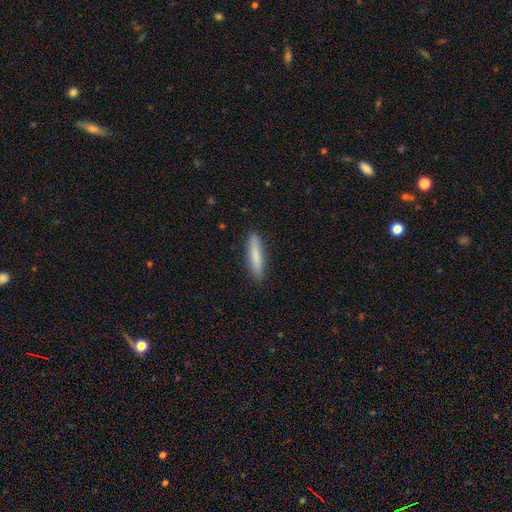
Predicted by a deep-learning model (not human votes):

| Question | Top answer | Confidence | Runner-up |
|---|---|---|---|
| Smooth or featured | smooth | 81% | featured or disk (13%) |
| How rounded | cigar-shaped | 84% | in between (14%) |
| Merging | none | 89% | minor disturbance (8%) |